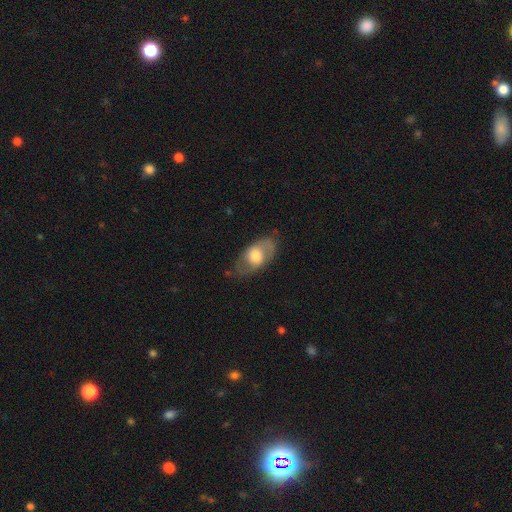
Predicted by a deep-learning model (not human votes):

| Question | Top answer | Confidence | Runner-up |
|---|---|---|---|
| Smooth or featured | smooth | 49% | featured or disk (46%) |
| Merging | none | 71% | minor disturbance (19%) |